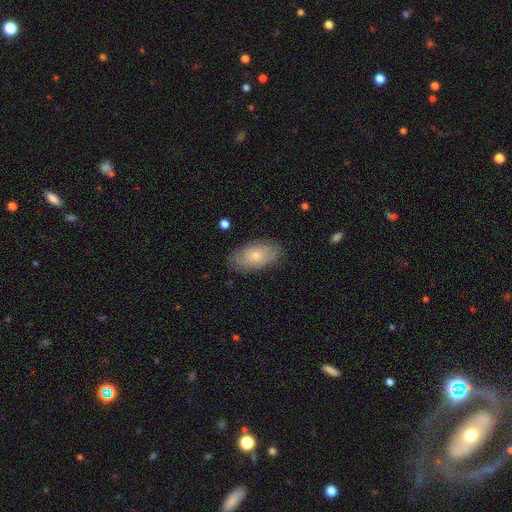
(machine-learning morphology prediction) Smooth or featured?
  - smooth: 57% *
  - featured or disk: 37%
  - star or artifact: 6%
How rounded?
  - in between: 93% *
  - round: 5%
  - cigar-shaped: 3%
Merging?
  - none: 80% *
  - minor disturbance: 15%
  - major disturbance: 4%
  - merger: 1%